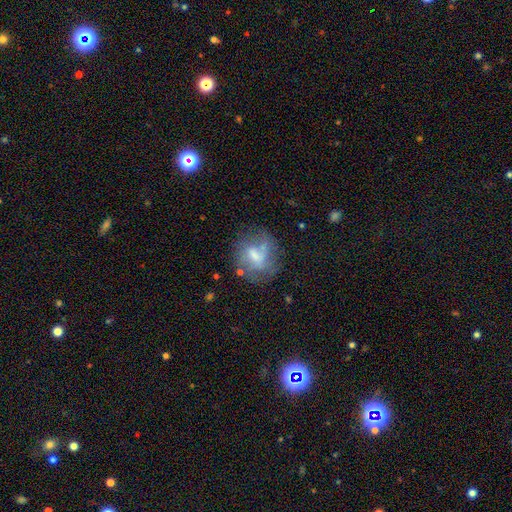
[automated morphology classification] Smooth or featured? Predicted: featured or disk (p=0.48). Merging? Predicted: none (p=0.47).